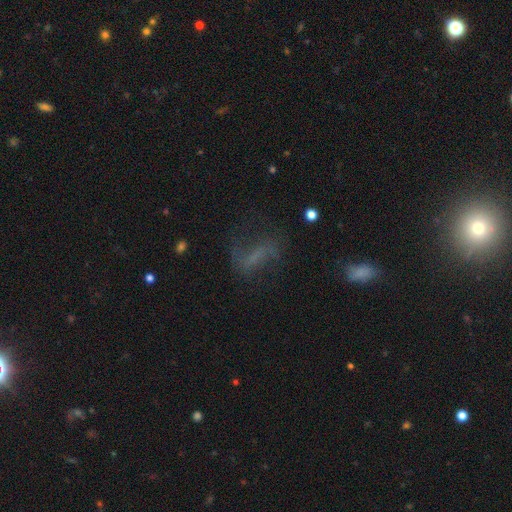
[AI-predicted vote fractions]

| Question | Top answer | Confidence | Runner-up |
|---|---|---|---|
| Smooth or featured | featured or disk | 44% | smooth (35%) |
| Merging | none | 52% | major disturbance (25%) |